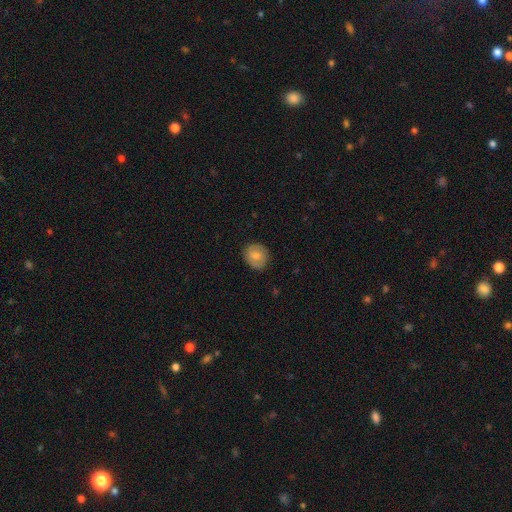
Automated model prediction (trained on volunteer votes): Overall: smooth (70%). How rounded: round (73%). Merging: none (83%).